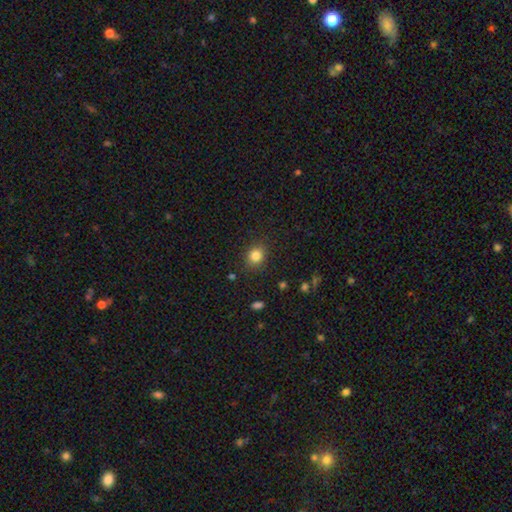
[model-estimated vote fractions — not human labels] smooth 83%, star or artifact 11%, featured or disk 6%. Down the decision tree: how rounded — round (65%); merging — none (87%).